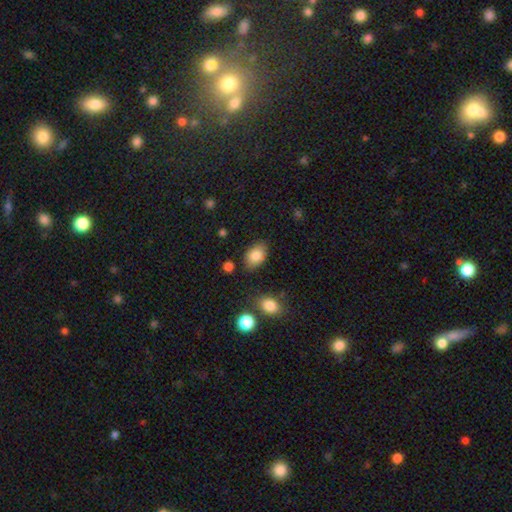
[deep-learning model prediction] The model was most divided on "merging": none: 80%, minor disturbance: 14%, major disturbance: 3%, merger: 3%. More confident: how rounded — in between (84%); smooth or featured — smooth (84%).